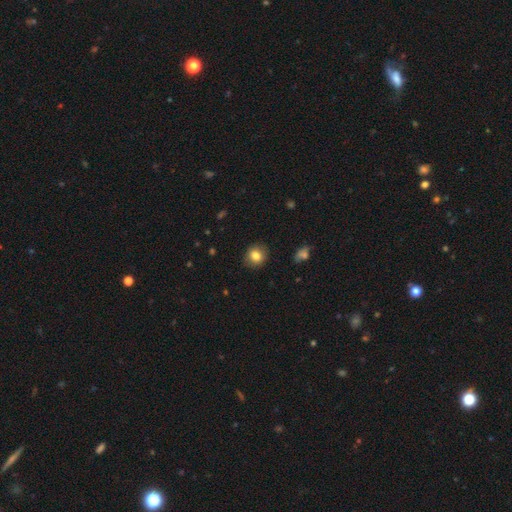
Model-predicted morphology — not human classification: A smooth galaxy with no disk features (82%) that is round (79%).

Vote fractions:
- Smooth or featured? smooth: 82% / star or artifact: 10% / featured or disk: 8%
- How rounded? round: 79% / in between: 20% / cigar-shaped: 1%
- Merging? none: 88% / minor disturbance: 9% / major disturbance: 2% / merger: 1%